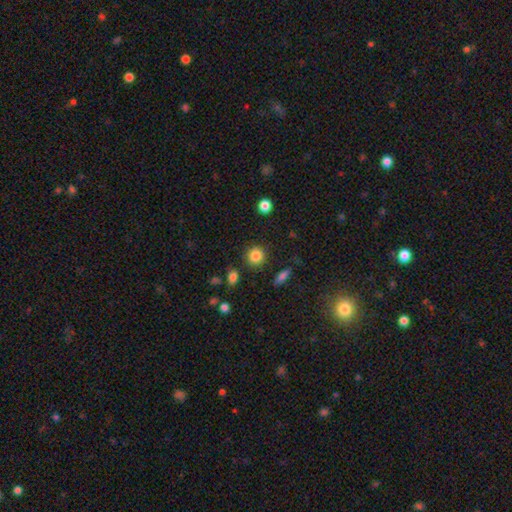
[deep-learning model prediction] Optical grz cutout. It shows a smooth galaxy with no disk features (85%) that is round (90%). Merging: none (88%).